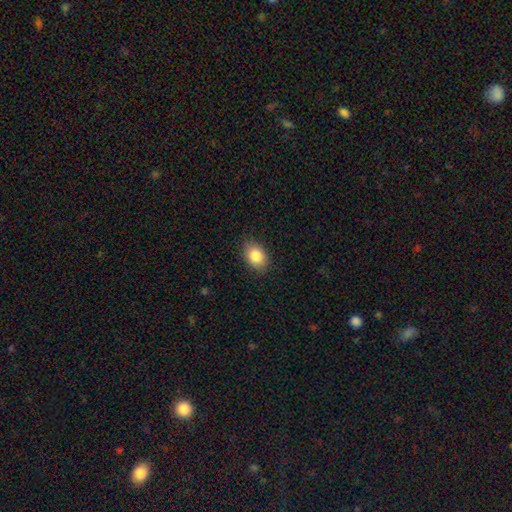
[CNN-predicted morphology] A smooth galaxy with no disk features (85%) that is in between round and cigar-shaped (77%).

Vote fractions:
- Smooth or featured? smooth: 85% / star or artifact: 8% / featured or disk: 7%
- How rounded? in between: 77% / round: 22% / cigar-shaped: 1%
- Merging? none: 85% / minor disturbance: 11% / major disturbance: 2% / merger: 1%